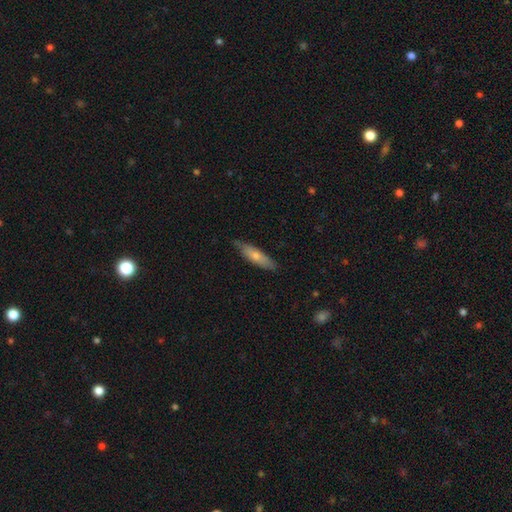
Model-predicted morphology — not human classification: smooth-or-featured: smooth: 65% | featured or disk: 30% | star or artifact: 6%
  how-rounded: cigar-shaped: 64% | in between: 34% | round: 2%
  merging: none: 74% | minor disturbance: 22% | major disturbance: 3% | merger: 1%